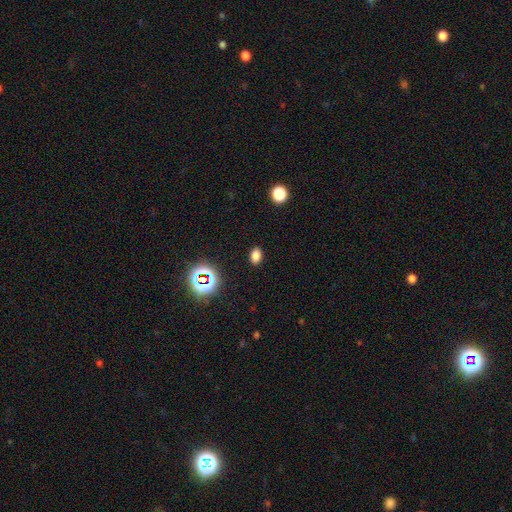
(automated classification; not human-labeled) This appears to be a smooth galaxy with no disk features (76%) that is in between round and cigar-shaped (83%). Merging: none (89%).